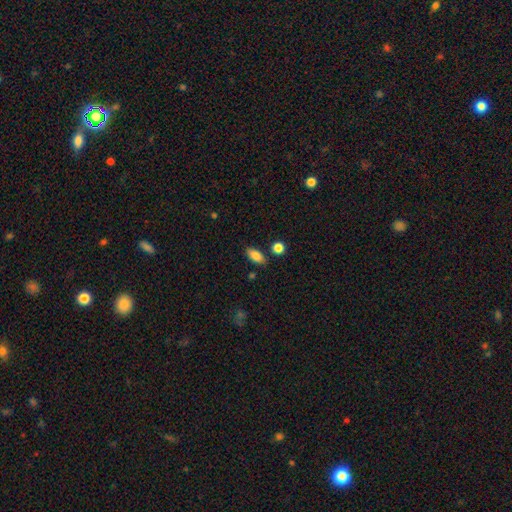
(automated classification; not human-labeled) Smooth or featured?
  - smooth: 84% *
  - star or artifact: 8%
  - featured or disk: 8%
How rounded?
  - in between: 88% *
  - cigar-shaped: 8%
  - round: 4%
Merging?
  - none: 82% *
  - minor disturbance: 11%
  - merger: 4%
  - major disturbance: 3%